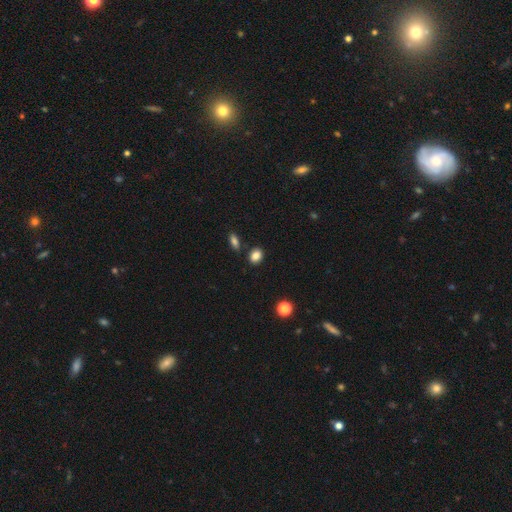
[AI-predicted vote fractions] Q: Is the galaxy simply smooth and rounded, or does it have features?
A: smooth — 86%.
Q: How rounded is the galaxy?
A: in between — 61%.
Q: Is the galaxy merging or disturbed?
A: none — 82%.